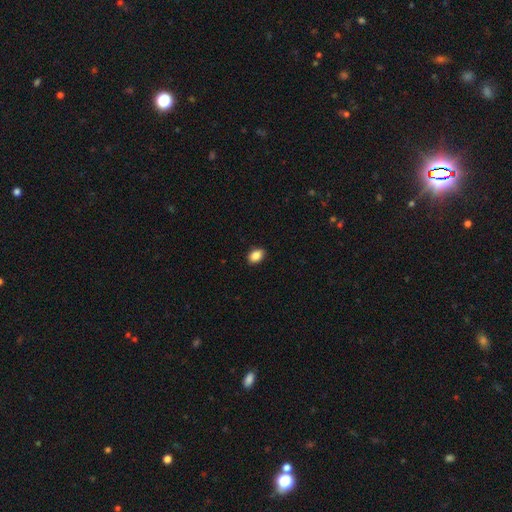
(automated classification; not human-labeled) This is clearly a smooth galaxy (87%). How rounded: likely in between (79%). Merging: clearly none (87%).